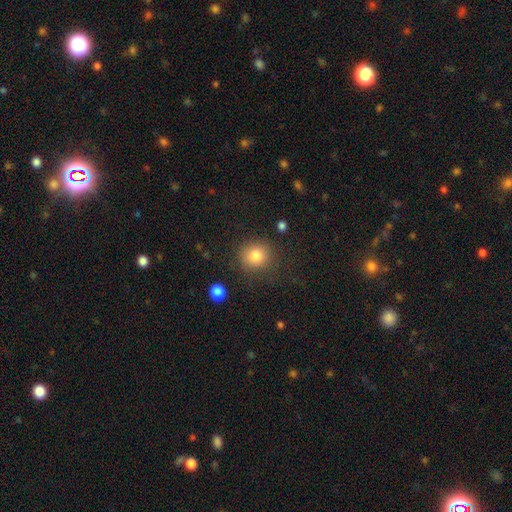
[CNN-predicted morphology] Overall: smooth (83%). How rounded: round (86%). Merging: none (84%).